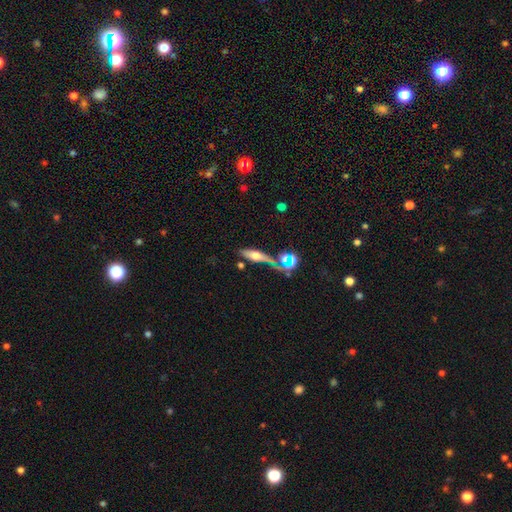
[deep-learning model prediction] Q: Smooth or featured?
A: featured or disk (43%); runner-up: smooth (42%)
Q: Merging?
A: none (61%); runner-up: merger (16%)